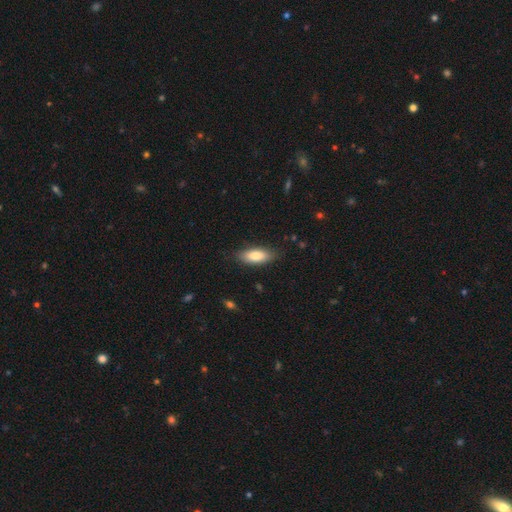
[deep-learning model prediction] A smooth galaxy with no disk features (80%) that is in between round and cigar-shaped (76%).

Vote fractions:
- Smooth or featured? smooth: 80% / featured or disk: 14% / star or artifact: 6%
- How rounded? in between: 76% / cigar-shaped: 22% / round: 2%
- Merging? none: 84% / minor disturbance: 13% / major disturbance: 3% / merger: 1%